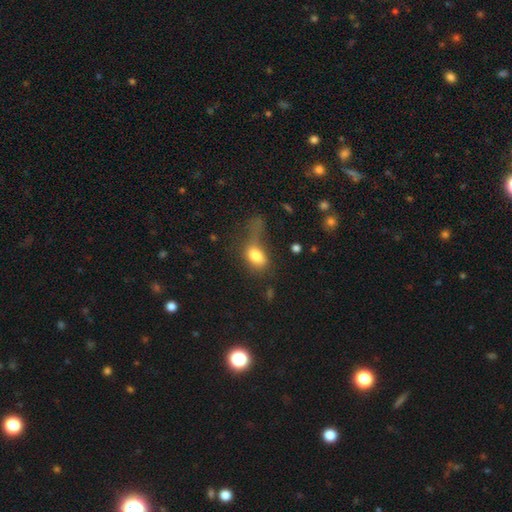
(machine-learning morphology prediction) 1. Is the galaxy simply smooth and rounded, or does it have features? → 78% smooth, 13% featured or disk, 9% star or artifact.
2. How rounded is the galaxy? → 83% in between, 13% round, 3% cigar-shaped.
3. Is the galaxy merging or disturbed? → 49% major disturbance, 23% none, 20% minor disturbance, 8% merger.